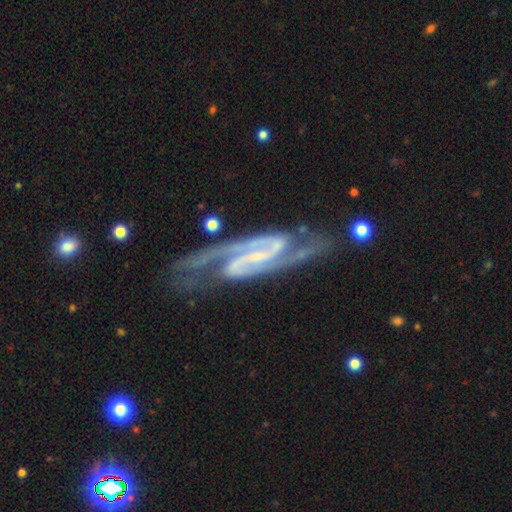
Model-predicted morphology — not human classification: Overall: featured or disk (93%). Edge-on disk: no (95%). Bar: strong (58%; weak 30%). Spiral arms: yes (99%). Spiral arm count: 2 (93%). Spiral winding: medium (59%; tight 26%). Bulge size: small (60%; none 29%). Merging: none (74%).